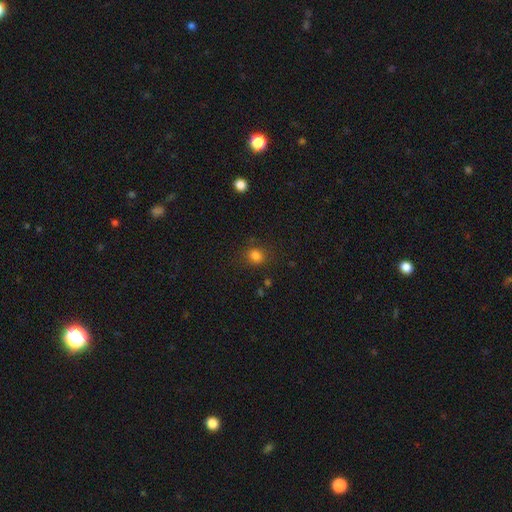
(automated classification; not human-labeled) Q: Smooth or featured?
A: smooth (81%); runner-up: star or artifact (14%)
Q: How rounded?
A: round (77%); runner-up: in between (22%)
Q: Merging?
A: none (84%); runner-up: minor disturbance (10%)